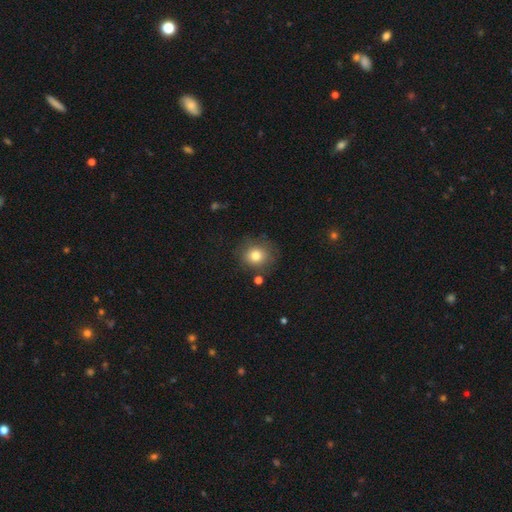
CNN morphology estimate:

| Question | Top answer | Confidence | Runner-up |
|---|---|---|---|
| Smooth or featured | smooth | 79% | star or artifact (11%) |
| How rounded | round | 86% | in between (13%) |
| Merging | none | 80% | minor disturbance (12%) |